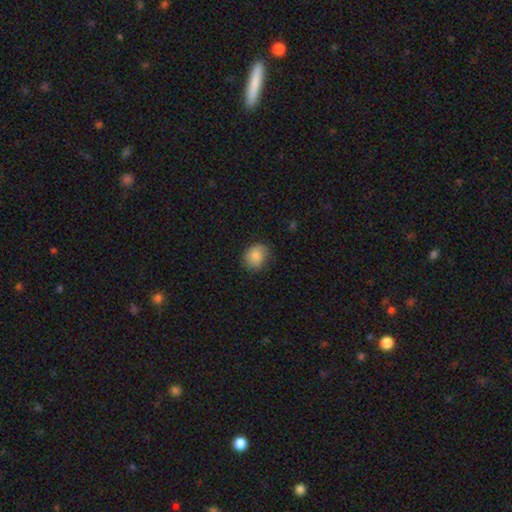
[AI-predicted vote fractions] A smooth galaxy with no disk features (83%) that is round (64%).

Vote fractions:
- Smooth or featured? smooth: 83% / featured or disk: 9% / star or artifact: 8%
- How rounded? round: 64% / in between: 36% / cigar-shaped: 1%
- Merging? none: 74% / minor disturbance: 21% / major disturbance: 4% / merger: 1%